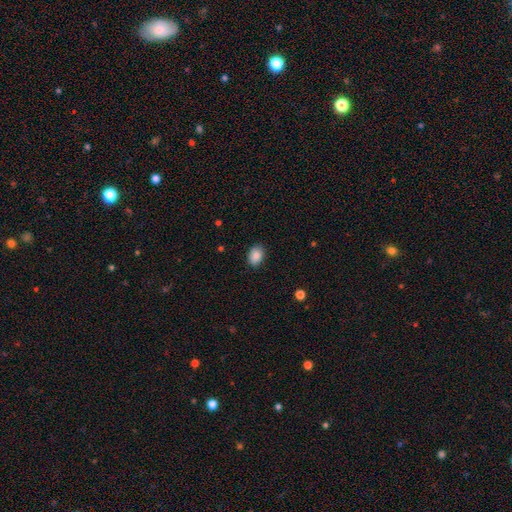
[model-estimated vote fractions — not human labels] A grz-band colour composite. It shows a smooth galaxy with no disk features (88%) that is in between round and cigar-shaped (77%). Merging: none (87%).